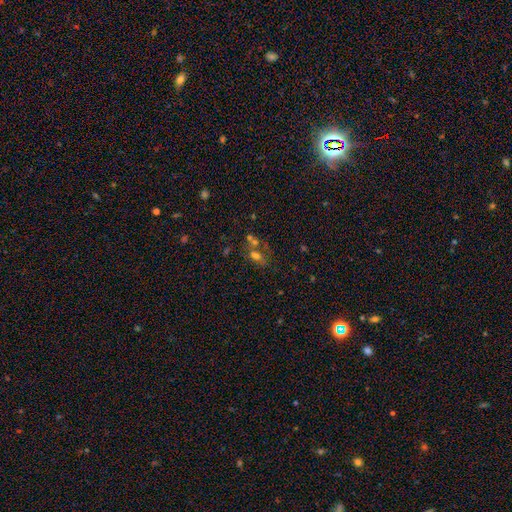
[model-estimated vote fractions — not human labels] Smooth or featured?
  - smooth: 50% *
  - star or artifact: 30%
  - featured or disk: 21%
Merging?
  - none: 43% *
  - merger: 35%
  - minor disturbance: 13%
  - major disturbance: 9%